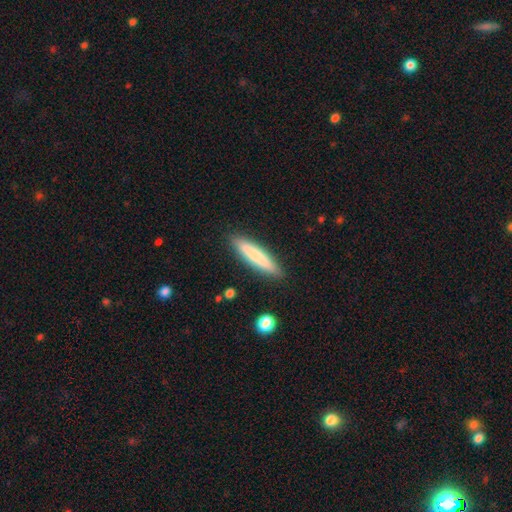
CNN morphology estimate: smooth-or-featured: smooth: 75% | featured or disk: 19% | star or artifact: 6%
  how-rounded: cigar-shaped: 88% | in between: 11% | round: 1%
  merging: none: 89% | minor disturbance: 8% | major disturbance: 2% | merger: 1%